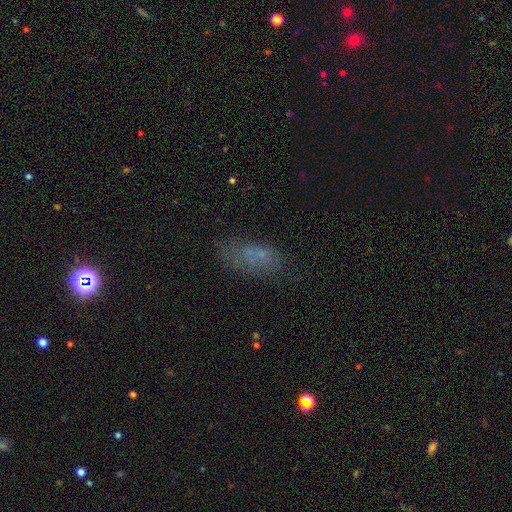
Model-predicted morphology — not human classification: Smooth or featured: smooth — 58% (featured or disk — 24%)
How rounded: in between — 82% (cigar-shaped — 13%)
Merging: none — 52% (minor disturbance — 23%)